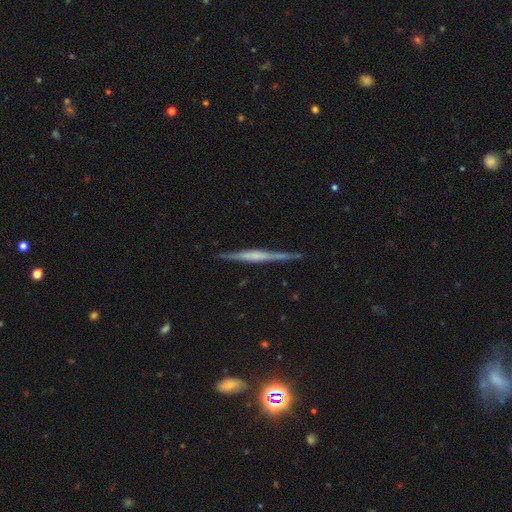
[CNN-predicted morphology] Smooth or featured? featured or disk (71%)
Edge-on disk? yes (98%)
Edge-on bulge? none (41%)
Merging? none (89%)